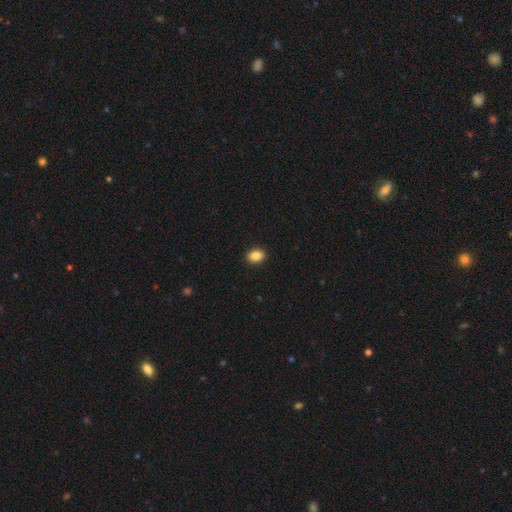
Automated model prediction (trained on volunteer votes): This appears to be a smooth galaxy with no disk features (87%) that is in between round and cigar-shaped (77%). Merging: none (91%).